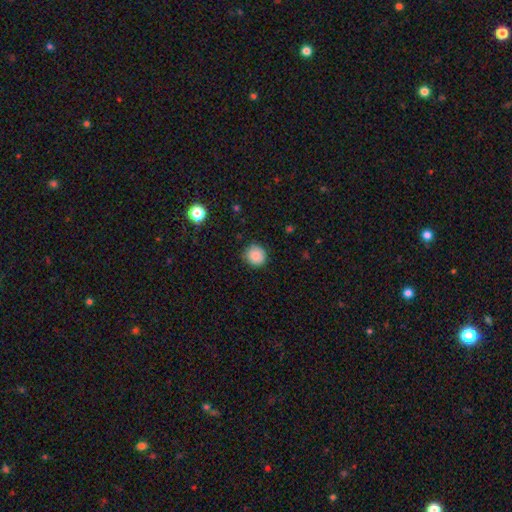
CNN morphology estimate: type=smooth (87%); roundness=round (91%); merging=none (86%).